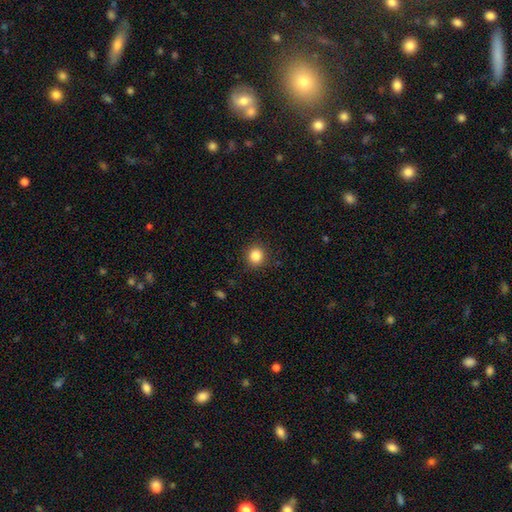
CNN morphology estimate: Overall: smooth (85%). How rounded: round (88%). Merging: none (90%).